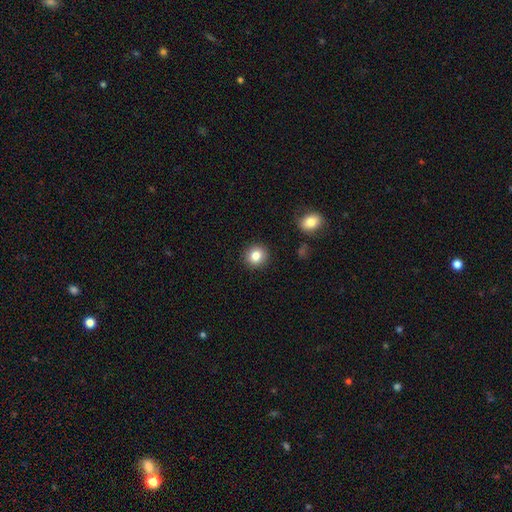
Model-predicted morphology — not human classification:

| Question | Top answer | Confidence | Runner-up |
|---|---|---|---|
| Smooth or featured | smooth | 83% | star or artifact (10%) |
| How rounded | round | 91% | in between (8%) |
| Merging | none | 91% | minor disturbance (5%) |